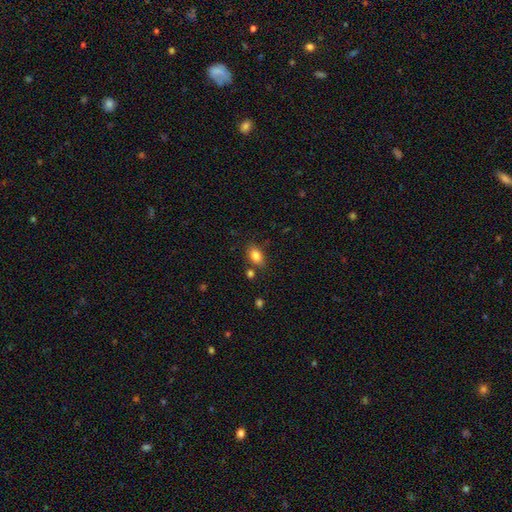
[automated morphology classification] smooth_or_featured: smooth (p=0.82) [alt: star or artifact p=0.09]
how_rounded: in between (p=0.83) [alt: round p=0.15]
merging: none (p=0.76) [alt: minor disturbance p=0.13]